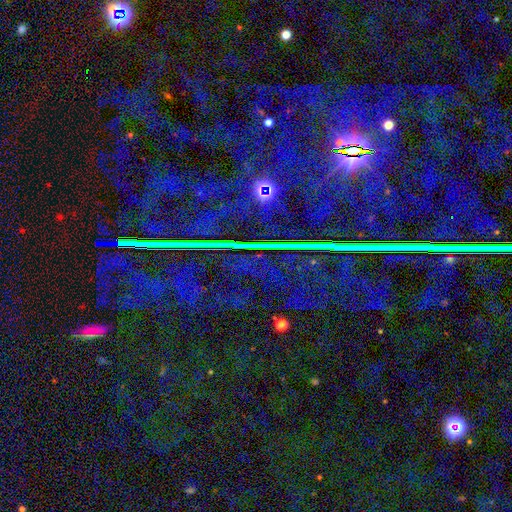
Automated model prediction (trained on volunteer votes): Q: Smooth or featured?
A: star or artifact (85%); runner-up: featured or disk (8%)